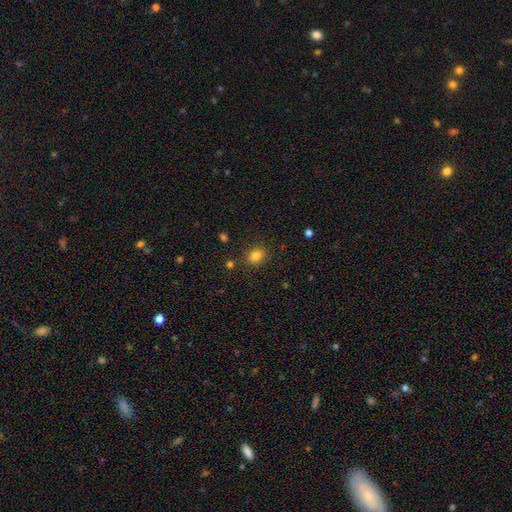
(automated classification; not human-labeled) smooth 82%, star or artifact 12%, featured or disk 6%. Down the decision tree: how rounded — round (60%); merging — none (85%).